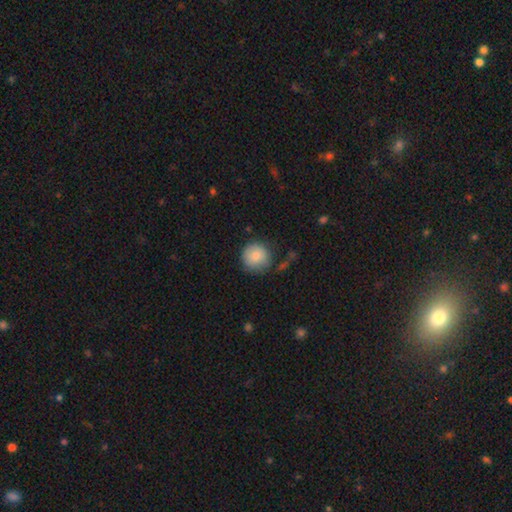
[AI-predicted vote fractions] Morphology: type=smooth (86%); roundness=round (94%); merging=none (76%).